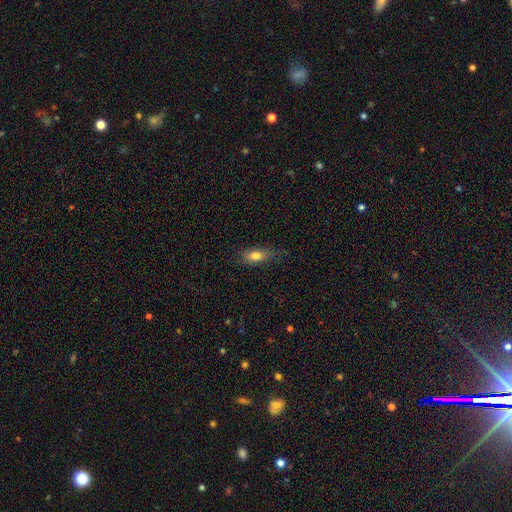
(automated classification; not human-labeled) Smooth or featured?
  - smooth: 76% *
  - featured or disk: 15%
  - star or artifact: 9%
How rounded?
  - in between: 77% *
  - cigar-shaped: 16%
  - round: 7%
Merging?
  - none: 65% *
  - minor disturbance: 25%
  - major disturbance: 8%
  - merger: 1%